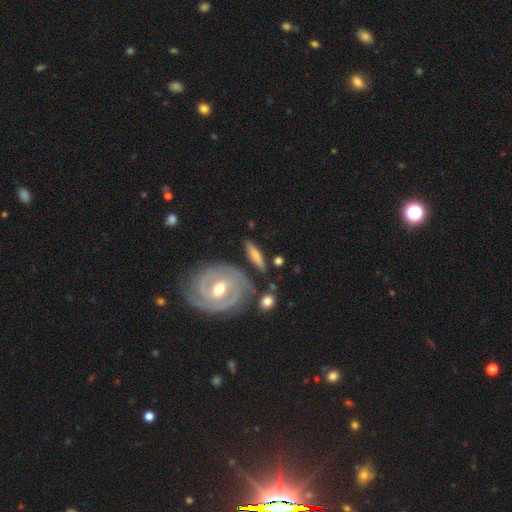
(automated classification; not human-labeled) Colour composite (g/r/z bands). It shows a smooth galaxy with no disk features (52%) that is cigar-shaped (64%). Merging: none (76%).